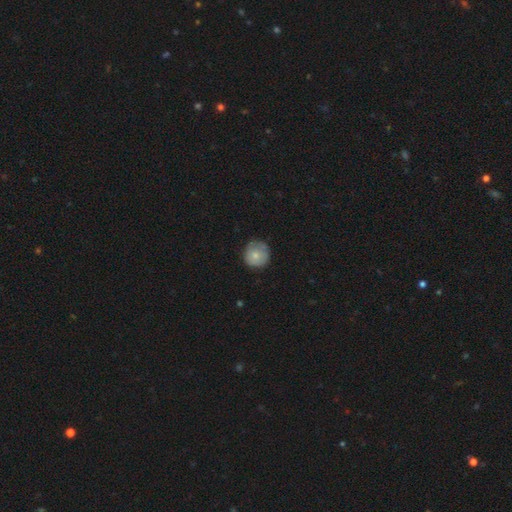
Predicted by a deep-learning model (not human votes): Smooth or featured? smooth (73%)
How rounded? round (92%)
Merging? none (73%)